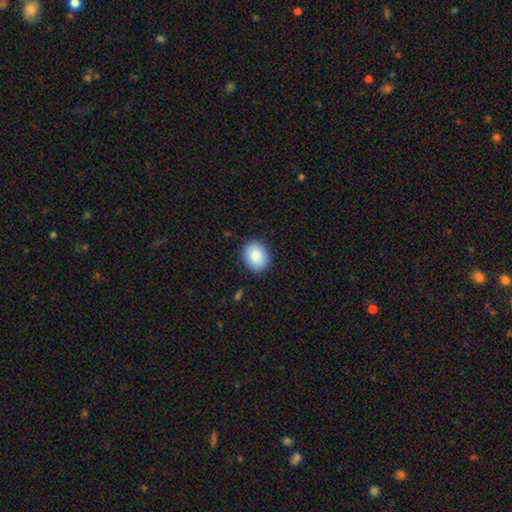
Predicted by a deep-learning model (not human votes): Smooth or featured: smooth — 87% (star or artifact — 7%)
How rounded: round — 62% (in between — 37%)
Merging: none — 89% (minor disturbance — 8%)